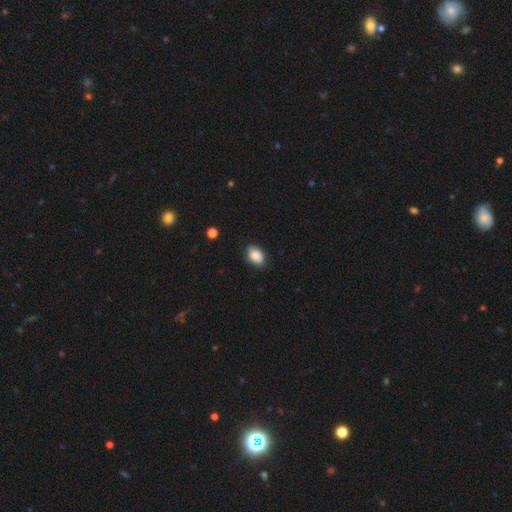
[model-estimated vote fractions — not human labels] This appears to be a smooth galaxy with no disk features (87%) that is in between round and cigar-shaped (83%). Merging: none (82%).